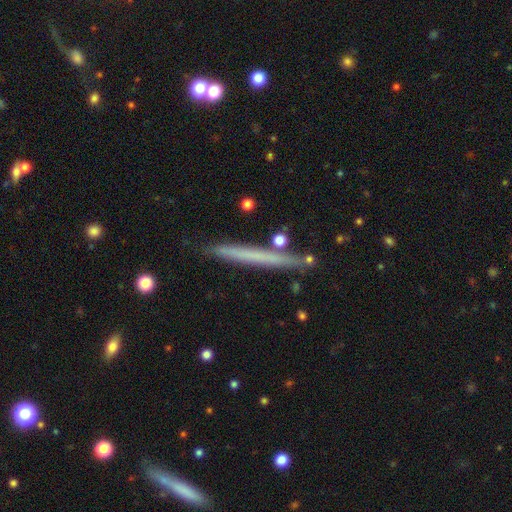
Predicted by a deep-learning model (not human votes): This is possibly a smooth galaxy (51%). How rounded: clearly cigar-shaped (97%). Merging: clearly none (86%).